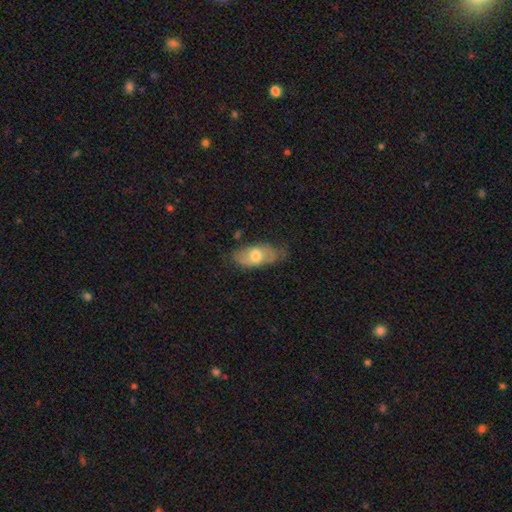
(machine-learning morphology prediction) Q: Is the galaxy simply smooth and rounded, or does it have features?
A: smooth — 62%.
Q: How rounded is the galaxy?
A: in between — 88%.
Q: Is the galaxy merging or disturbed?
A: none — 62%.